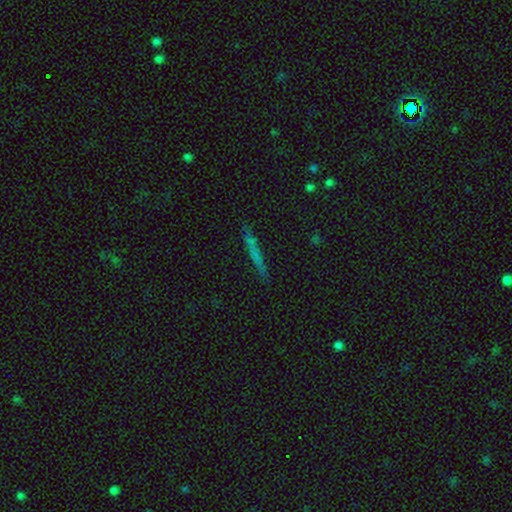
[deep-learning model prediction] Q: Smooth or featured?
A: smooth (52%); runner-up: featured or disk (31%)
Q: How rounded?
A: cigar-shaped (92%); runner-up: in between (5%)
Q: Merging?
A: none (85%); runner-up: minor disturbance (10%)